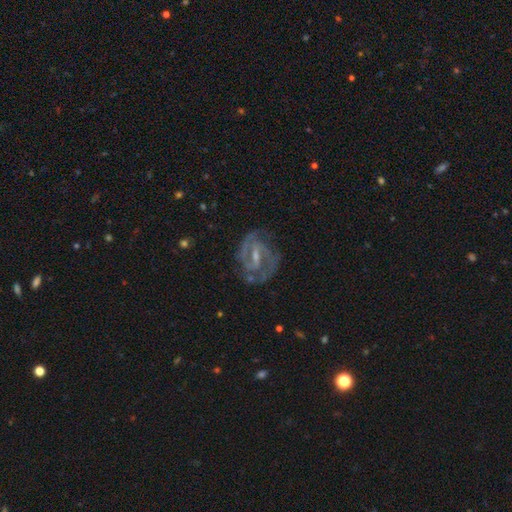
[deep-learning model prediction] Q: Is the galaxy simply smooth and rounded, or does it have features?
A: featured or disk — 90%.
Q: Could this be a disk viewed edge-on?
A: no — 97%.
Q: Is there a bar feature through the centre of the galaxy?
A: weak — 47%.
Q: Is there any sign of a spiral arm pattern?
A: yes — 97%.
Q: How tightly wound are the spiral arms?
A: medium — 51%.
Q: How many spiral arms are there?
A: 2 — 83%.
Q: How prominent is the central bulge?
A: small — 56%.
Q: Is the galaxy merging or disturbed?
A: none — 75%.